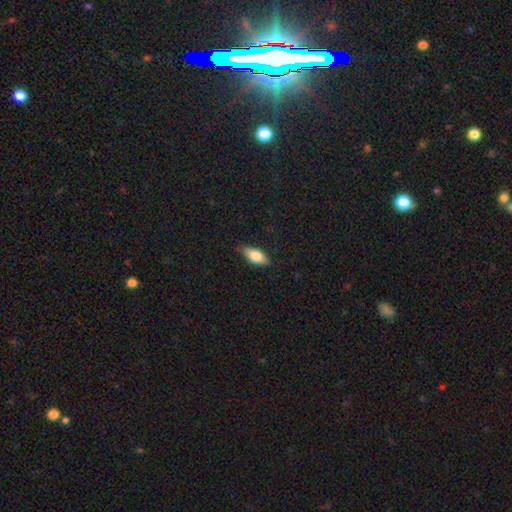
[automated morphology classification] smooth_or_featured: smooth (p=0.73) [alt: featured or disk p=0.20]
how_rounded: in between (p=0.82) [alt: cigar-shaped p=0.15]
merging: none (p=0.81) [alt: minor disturbance p=0.16]